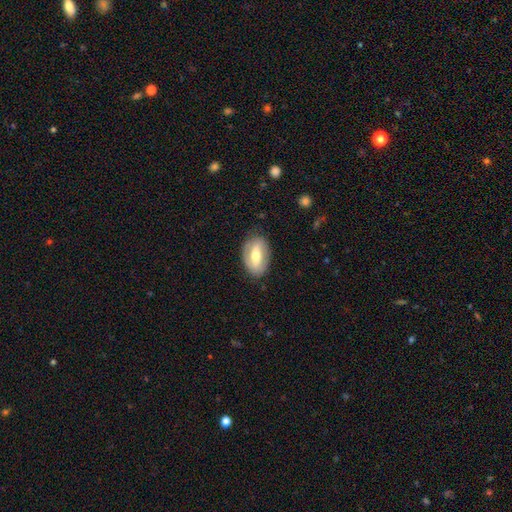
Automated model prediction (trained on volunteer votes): A featured or disk galaxy (58%) with a strong bar (52%), no spiral arms (52%) and a moderate central bulge (66%). Merging: none (81%).